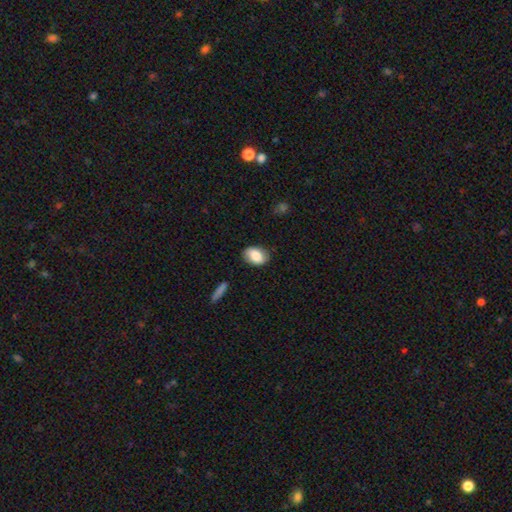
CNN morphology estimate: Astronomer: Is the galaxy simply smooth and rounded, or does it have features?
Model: smooth — 77%.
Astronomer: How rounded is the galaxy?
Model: in between — 81%.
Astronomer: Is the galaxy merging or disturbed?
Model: none — 80%.